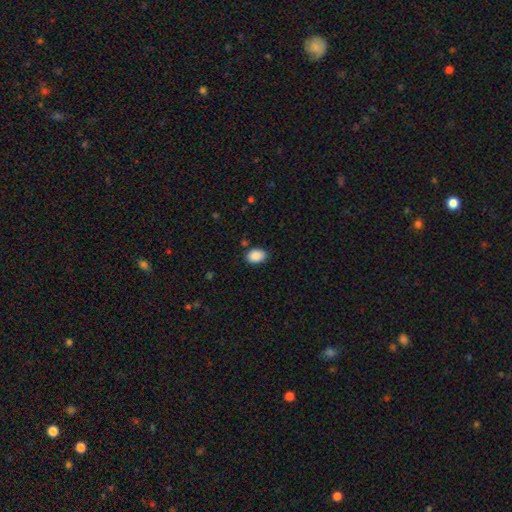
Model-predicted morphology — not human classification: smooth-or-featured: smooth: 90% | star or artifact: 7% | featured or disk: 3%
  how-rounded: in between: 82% | round: 17% | cigar-shaped: 1%
  merging: none: 83% | minor disturbance: 12% | major disturbance: 3% | merger: 2%